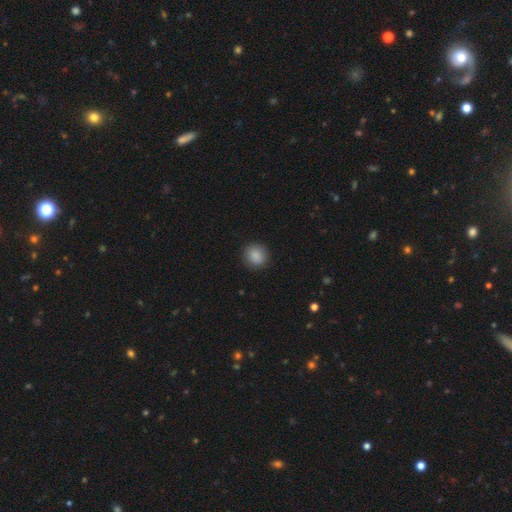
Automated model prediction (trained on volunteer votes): A smooth galaxy with no disk features (88%) that is round (86%).

Vote fractions:
- Smooth or featured? smooth: 88% / star or artifact: 9% / featured or disk: 4%
- How rounded? round: 86% / in between: 13% / cigar-shaped: 1%
- Merging? none: 88% / minor disturbance: 8% / major disturbance: 2% / merger: 1%